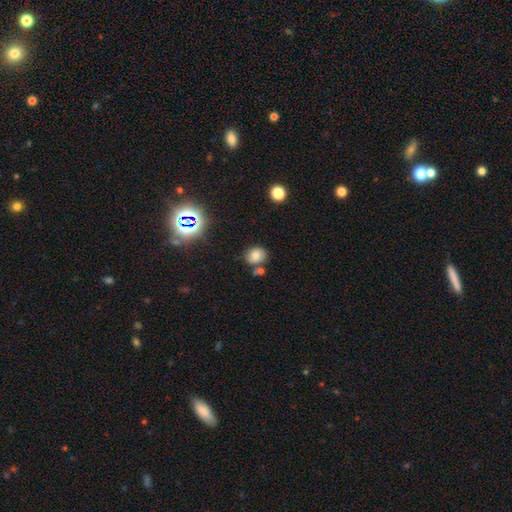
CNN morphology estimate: This is likely a smooth galaxy (73%). How rounded: likely round (63%). Merging: likely none (66%).